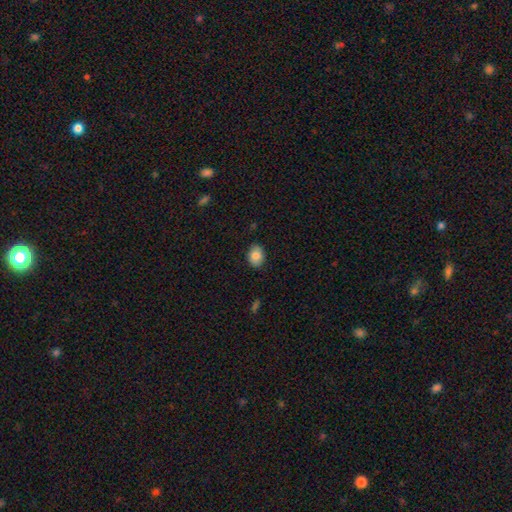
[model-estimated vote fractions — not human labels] Q: Smooth or featured?
A: smooth (84%); runner-up: featured or disk (9%)
Q: How rounded?
A: in between (70%); runner-up: round (29%)
Q: Merging?
A: none (86%); runner-up: minor disturbance (11%)